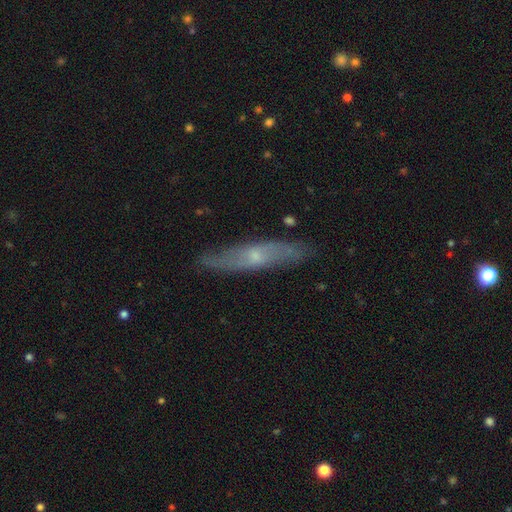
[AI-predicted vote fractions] Q: Smooth or featured?
A: featured or disk (60%); runner-up: smooth (33%)
Q: Edge-on disk?
A: yes (58%); runner-up: no (42%)
Q: Merging?
A: none (82%); runner-up: minor disturbance (14%)